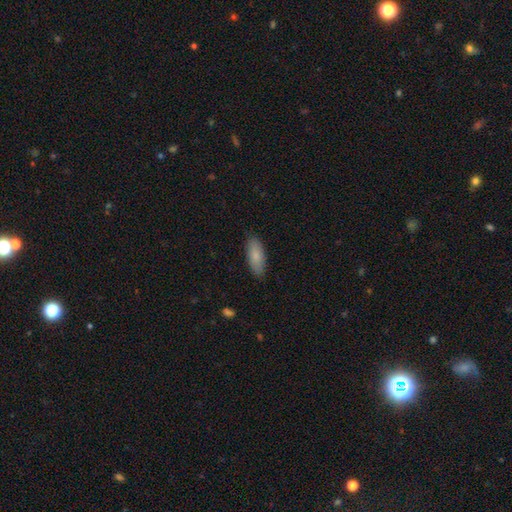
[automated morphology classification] This appears to be a smooth galaxy with no disk features (84%) that is in between round and cigar-shaped (72%). Merging: none (87%).